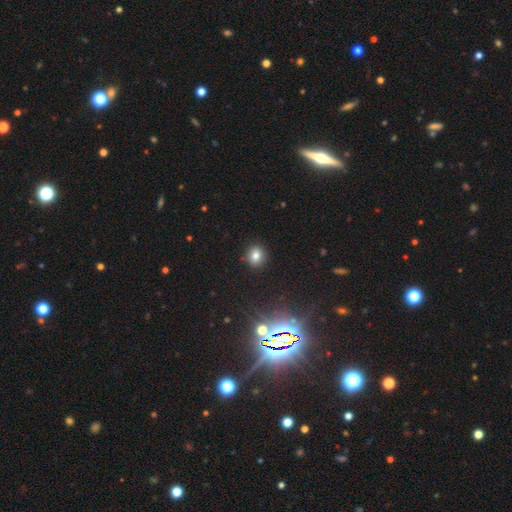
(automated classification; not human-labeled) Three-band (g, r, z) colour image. It shows a smooth galaxy with no disk features (76%) that is round (79%). Merging: none (90%).